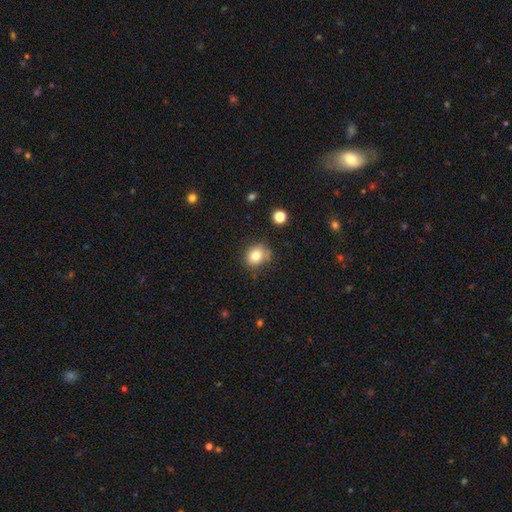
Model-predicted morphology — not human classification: type=smooth (78%); roundness=round (69%); merging=none (71%).